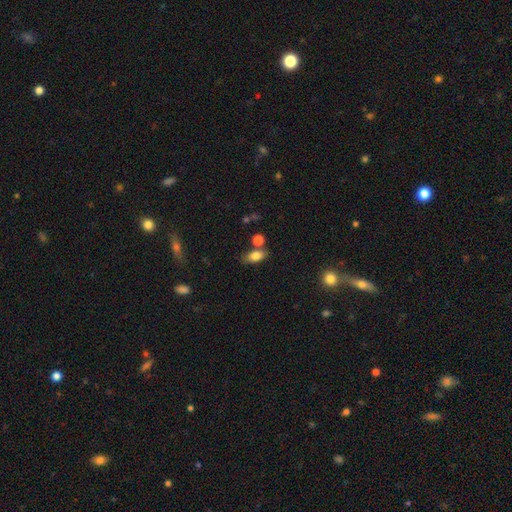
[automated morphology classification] A smooth galaxy with no disk features (82%) that is in between round and cigar-shaped (85%).

Vote fractions:
- Smooth or featured? smooth: 82% / featured or disk: 10% / star or artifact: 9%
- How rounded? in between: 85% / cigar-shaped: 8% / round: 7%
- Merging? none: 64% / merger: 17% / minor disturbance: 15% / major disturbance: 4%